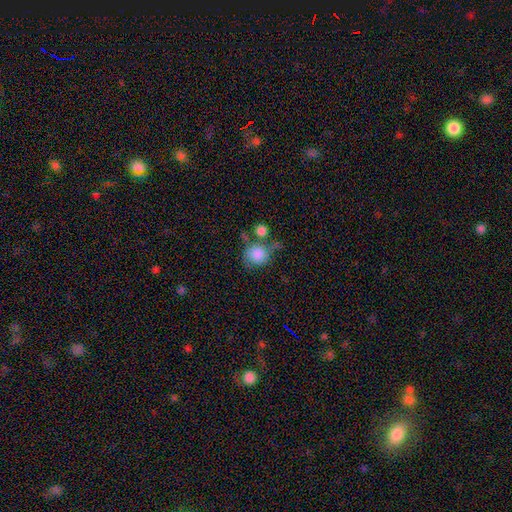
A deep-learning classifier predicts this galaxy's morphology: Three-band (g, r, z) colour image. It shows a smooth galaxy with no disk features (81%) that is round (82%). Merging: none (45%).